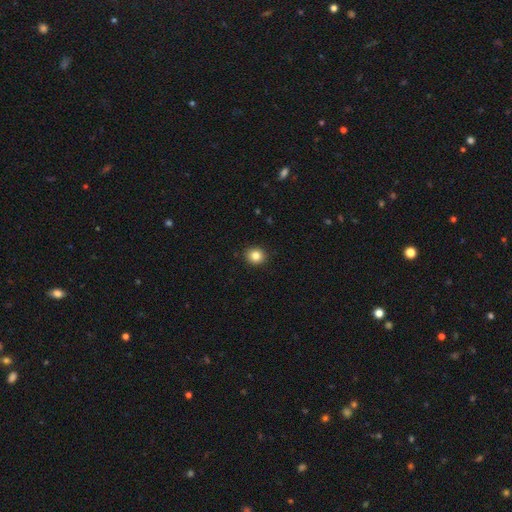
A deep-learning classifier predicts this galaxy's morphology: smooth-or-featured: smooth: 84% | star or artifact: 10% | featured or disk: 6%
  how-rounded: round: 84% | in between: 15% | cigar-shaped: 1%
  merging: none: 92% | minor disturbance: 6% | major disturbance: 2% | merger: 1%